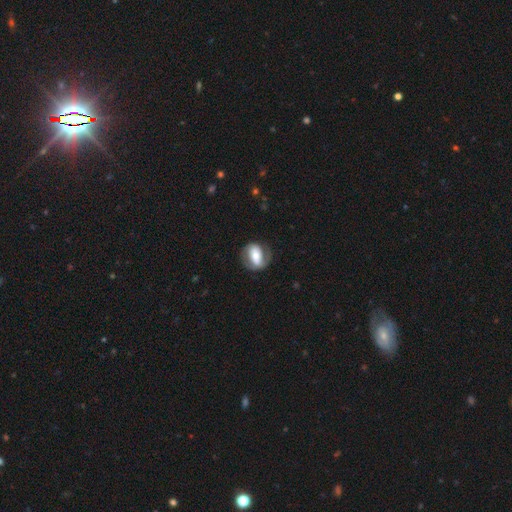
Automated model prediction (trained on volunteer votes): Smooth or featured? Predicted: featured or disk (p=0.64). Edge-on disk? Predicted: no (p=0.95). Bar? Predicted: strong (p=0.48). Spiral arms? Predicted: yes (p=0.75). Bulge size? Predicted: moderate (p=0.58). Merging? Predicted: none (p=0.74).